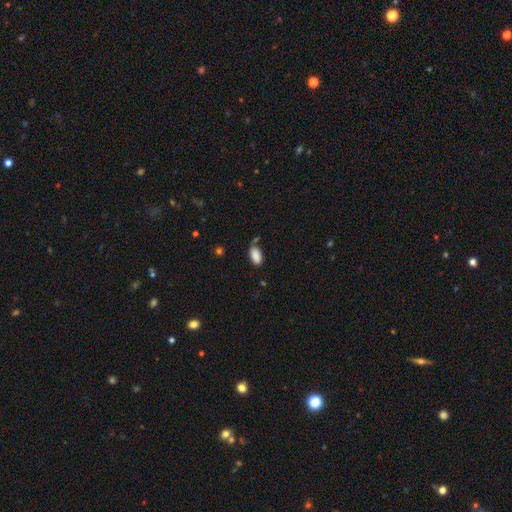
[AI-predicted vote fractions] This is clearly a smooth galaxy (89%). How rounded: clearly in between (93%). Merging: likely none (73%).